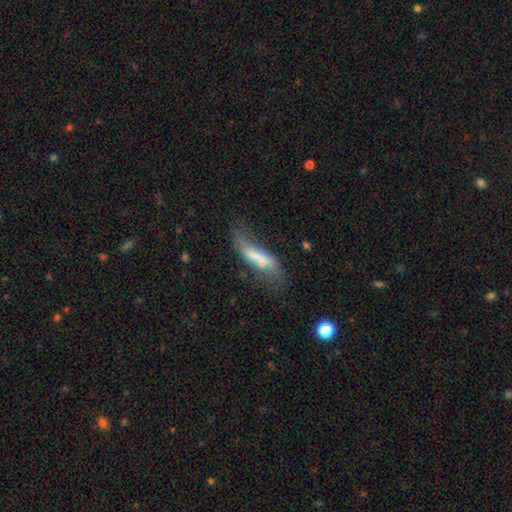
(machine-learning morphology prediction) This is possibly a featured or disk galaxy (50%). Merging: marginally none (37%).